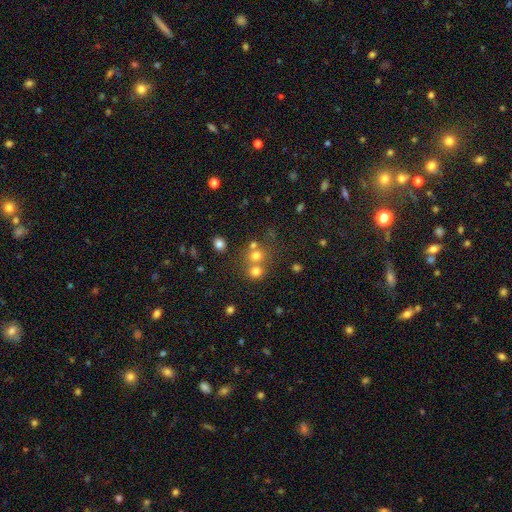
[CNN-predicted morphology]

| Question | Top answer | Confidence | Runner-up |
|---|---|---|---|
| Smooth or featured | smooth | 62% | star or artifact (25%) |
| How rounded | round | 85% | in between (14%) |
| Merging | none | 49% | merger (42%) |